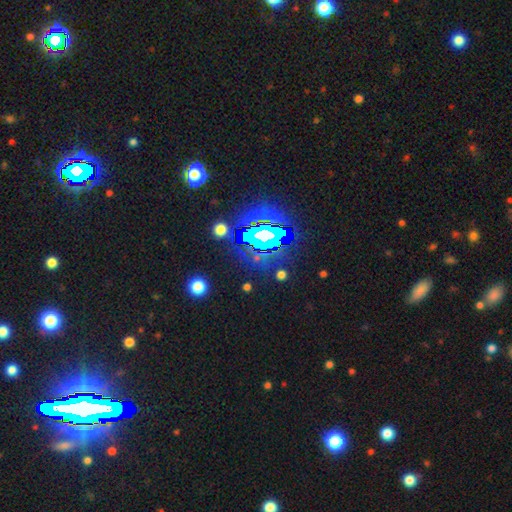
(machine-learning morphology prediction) Smooth or featured? star or artifact (84%)